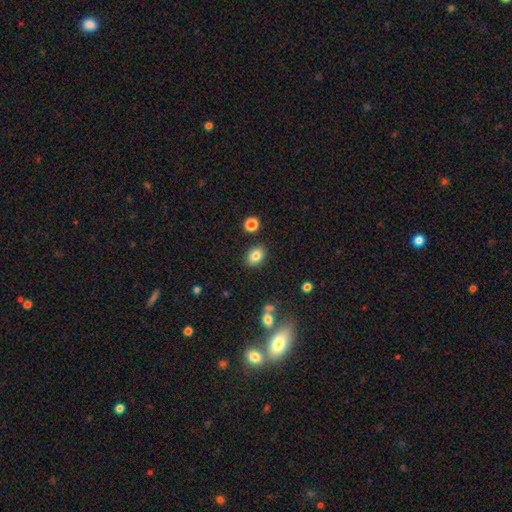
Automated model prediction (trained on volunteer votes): Smooth or featured?
  - smooth: 81% *
  - star or artifact: 10%
  - featured or disk: 8%
How rounded?
  - in between: 62% *
  - round: 37%
  - cigar-shaped: 1%
Merging?
  - none: 85% *
  - minor disturbance: 9%
  - merger: 3%
  - major disturbance: 3%